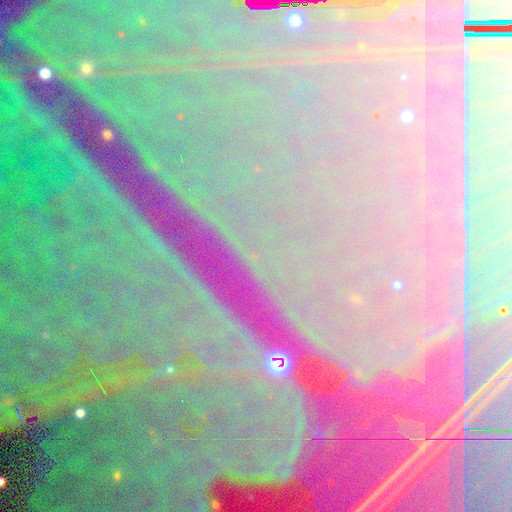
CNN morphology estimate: Smooth or featured? star or artifact (88%)